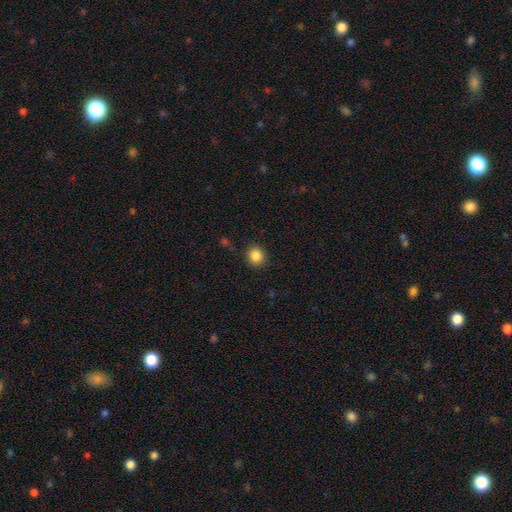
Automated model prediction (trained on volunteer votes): Morphology: type=smooth (86%); roundness=round (87%); merging=none (89%).